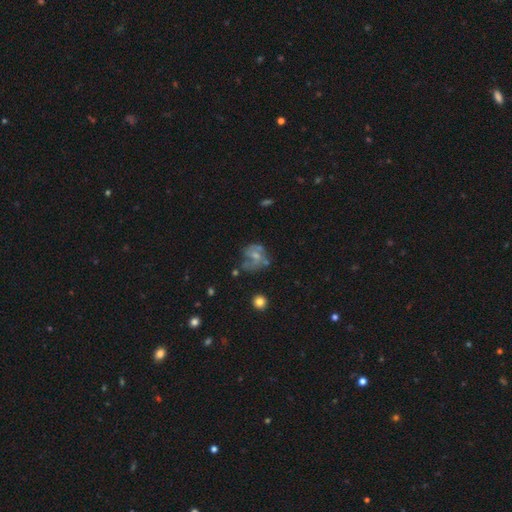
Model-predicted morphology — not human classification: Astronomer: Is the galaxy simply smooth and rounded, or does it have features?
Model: featured or disk — 60%.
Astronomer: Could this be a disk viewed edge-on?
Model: no — 98%.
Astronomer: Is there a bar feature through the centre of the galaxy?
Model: no — 63%.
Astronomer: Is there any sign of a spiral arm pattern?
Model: yes — 67%.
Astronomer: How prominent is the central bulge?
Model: small — 44% (runner-up: moderate, 39%).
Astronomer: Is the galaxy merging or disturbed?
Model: none — 40% (runner-up: major disturbance, 26%).